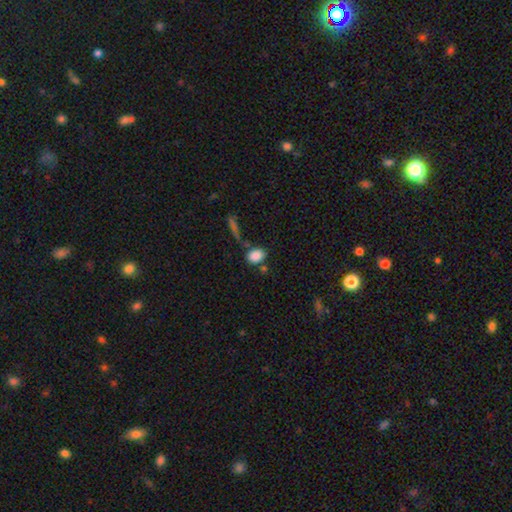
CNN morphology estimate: This is clearly a smooth galaxy (86%). How rounded: likely in between (70%). Merging: likely none (65%).